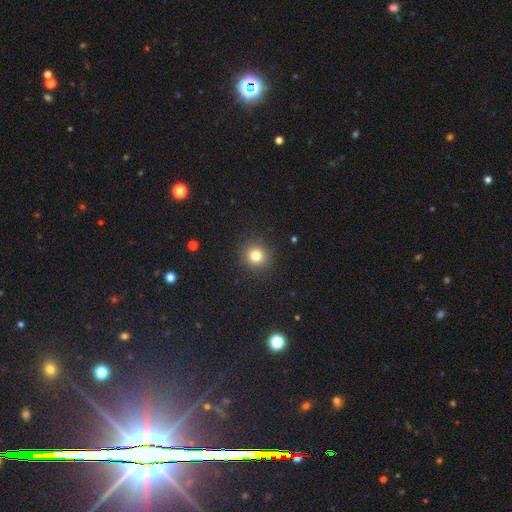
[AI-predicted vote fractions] Smooth or featured: smooth — 80% (star or artifact — 13%)
How rounded: round — 92% (in between — 7%)
Merging: none — 91% (minor disturbance — 6%)